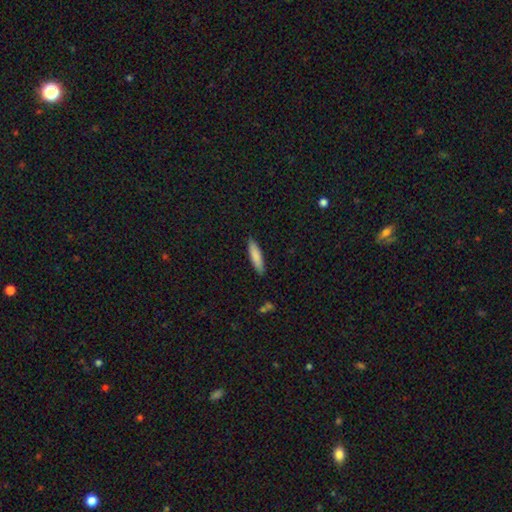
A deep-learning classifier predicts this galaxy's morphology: The model was most divided on "how rounded": cigar-shaped: 77%, in between: 22%, round: 1%. More confident: merging — none (89%); smooth or featured — smooth (84%).